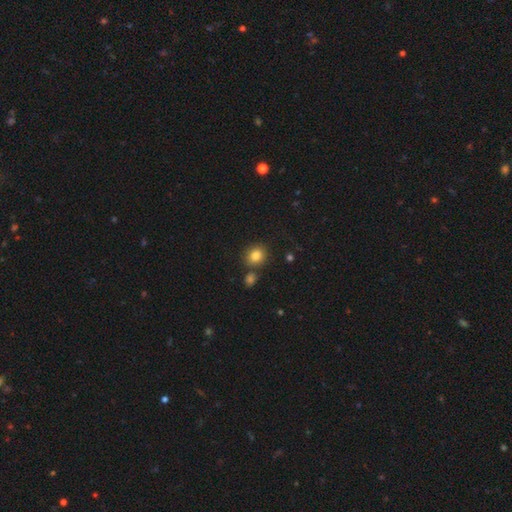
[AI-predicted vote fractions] Q: Smooth or featured?
A: smooth (83%); runner-up: star or artifact (11%)
Q: How rounded?
A: round (72%); runner-up: in between (28%)
Q: Merging?
A: none (74%); runner-up: merger (12%)